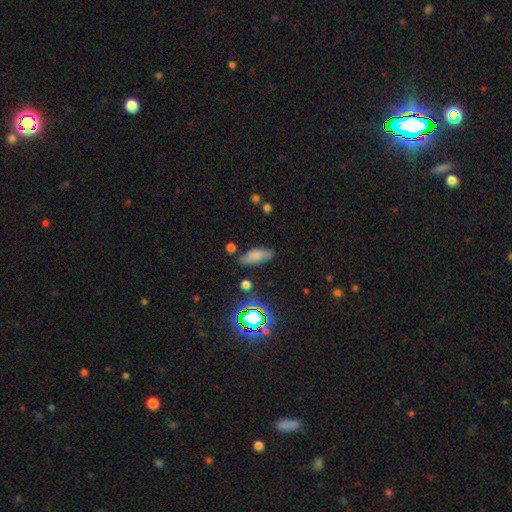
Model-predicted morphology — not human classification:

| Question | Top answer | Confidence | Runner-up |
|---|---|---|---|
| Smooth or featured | smooth | 69% | featured or disk (17%) |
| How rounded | in between | 77% | cigar-shaped (20%) |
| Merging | none | 69% | minor disturbance (21%) |